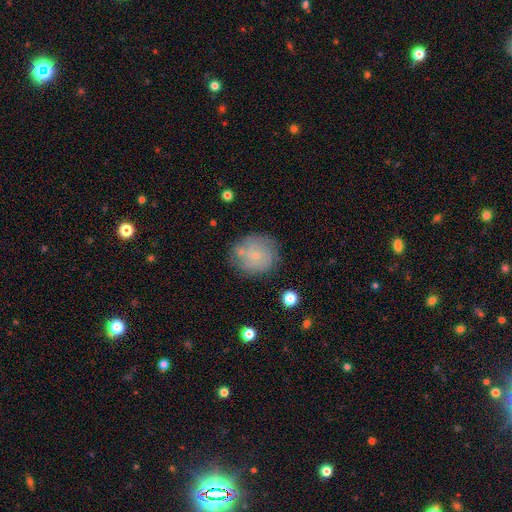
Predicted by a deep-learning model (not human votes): Q: Smooth or featured?
A: smooth (47%); runner-up: featured or disk (44%)
Q: Merging?
A: none (70%); runner-up: minor disturbance (19%)